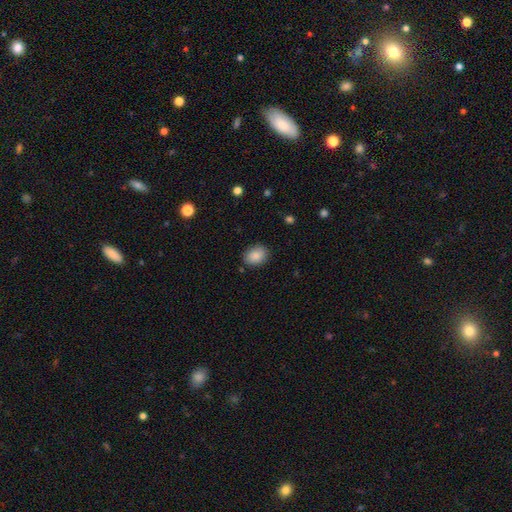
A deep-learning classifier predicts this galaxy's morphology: type=smooth (88%); roundness=in between (63%); merging=none (85%).